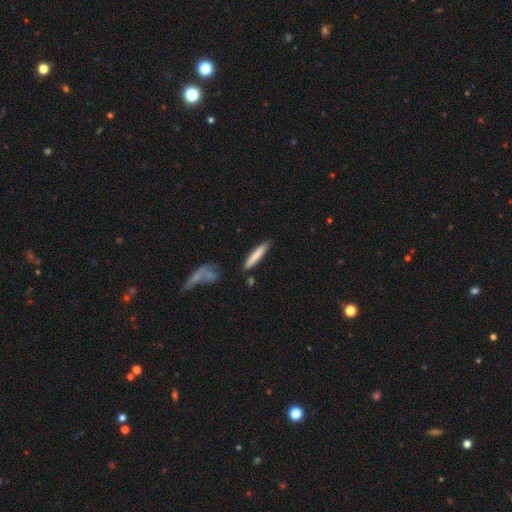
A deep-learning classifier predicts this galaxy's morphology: The model was most divided on "smooth or featured": smooth: 77%, featured or disk: 17%, star or artifact: 6%. More confident: how rounded — cigar-shaped (89%); merging — none (83%).